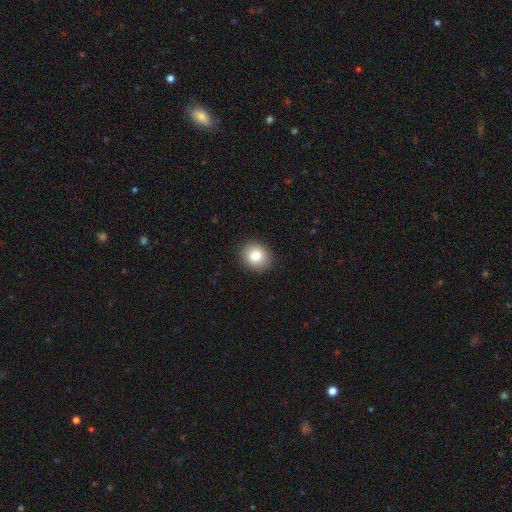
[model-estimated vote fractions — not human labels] smooth-or-featured: smooth: 82% | star or artifact: 9% | featured or disk: 8%
  how-rounded: round: 71% | in between: 28% | cigar-shaped: 1%
  merging: none: 91% | minor disturbance: 7% | major disturbance: 2% | merger: 1%